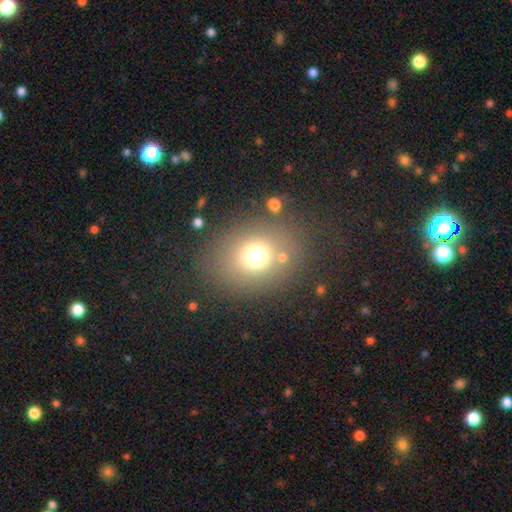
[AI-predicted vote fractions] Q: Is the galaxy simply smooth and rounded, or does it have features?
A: smooth — 70%.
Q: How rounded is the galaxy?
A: round — 66%.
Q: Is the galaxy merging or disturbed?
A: none — 77%.